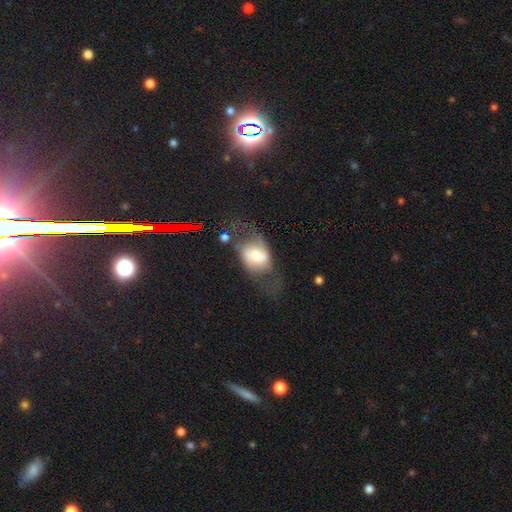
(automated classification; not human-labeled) The model was most divided on "smooth or featured": smooth: 46%, featured or disk: 45%, star or artifact: 8%. Remaining: merging — none (42%).